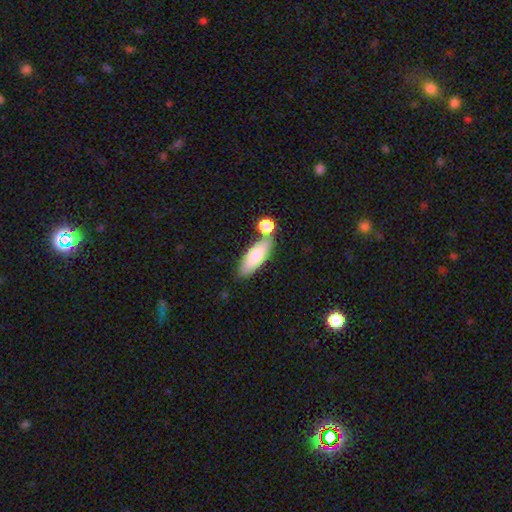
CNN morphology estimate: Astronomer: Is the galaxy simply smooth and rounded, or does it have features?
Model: smooth — 77%.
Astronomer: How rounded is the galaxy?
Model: in between — 70%.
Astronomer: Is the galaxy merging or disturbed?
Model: none — 63%.